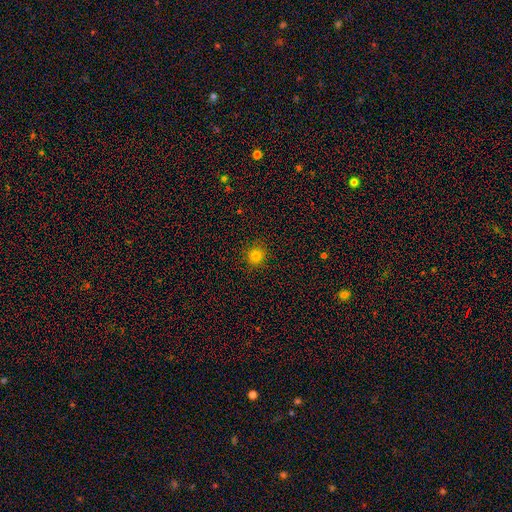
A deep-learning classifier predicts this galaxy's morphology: smooth 80%, star or artifact 15%, featured or disk 5%. Down the decision tree: how rounded — round (90%); merging — none (90%).